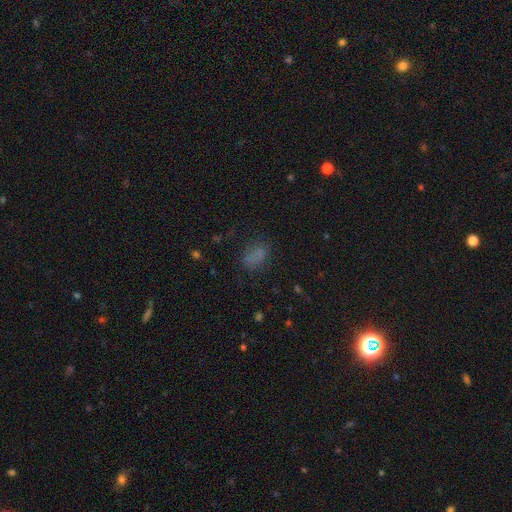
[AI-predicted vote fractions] Smooth or featured? smooth (73%)
How rounded? in between (84%)
Merging? none (67%)